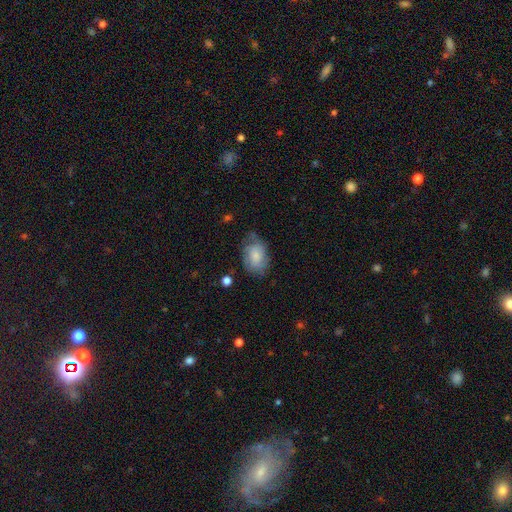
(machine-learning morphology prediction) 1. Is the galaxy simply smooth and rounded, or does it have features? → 62% smooth, 30% featured or disk, 7% star or artifact.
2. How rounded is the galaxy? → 83% in between, 16% round, 1% cigar-shaped.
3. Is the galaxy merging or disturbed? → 55% none, 30% minor disturbance, 13% major disturbance, 2% merger.